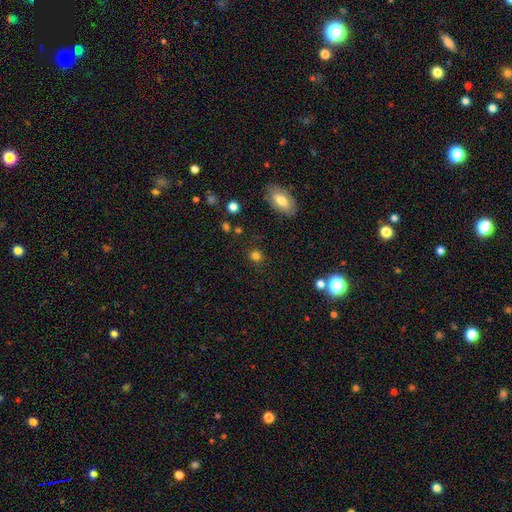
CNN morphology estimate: A smooth galaxy with no disk features (78%) that is round (84%).

Vote fractions:
- Smooth or featured? smooth: 78% / star or artifact: 16% / featured or disk: 6%
- How rounded? round: 84% / in between: 15% / cigar-shaped: 1%
- Merging? none: 85% / minor disturbance: 9% / major disturbance: 3% / merger: 3%